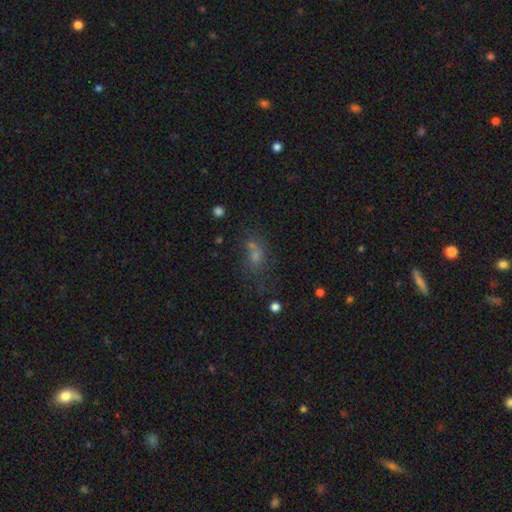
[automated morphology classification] Q: Smooth or featured?
A: smooth (43%); runner-up: star or artifact (40%)
Q: Merging?
A: none (61%); runner-up: minor disturbance (17%)